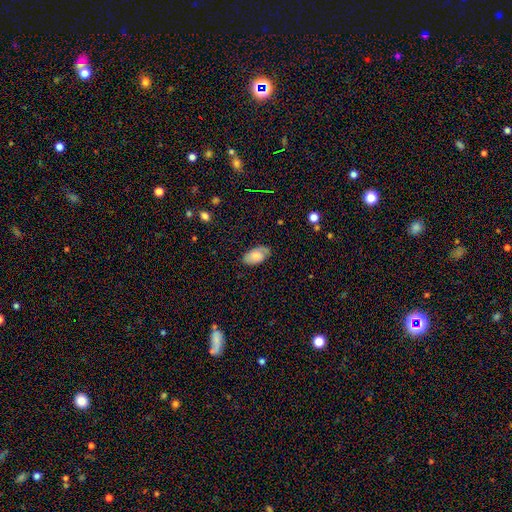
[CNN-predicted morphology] This appears to be a smooth galaxy with no disk features (64%) that is in between round and cigar-shaped (93%). Merging: none (73%).